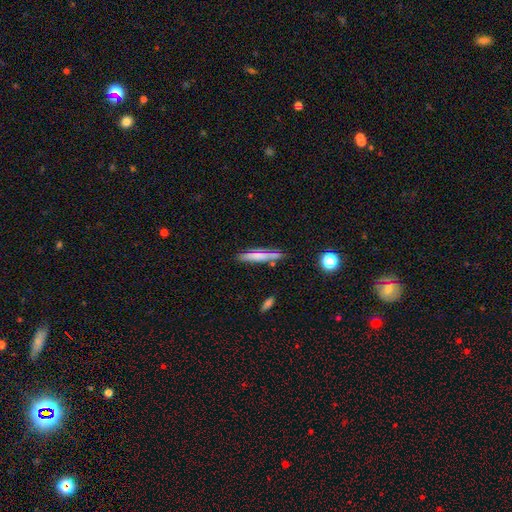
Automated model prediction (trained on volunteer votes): Morphology: type=smooth (56%); roundness=cigar-shaped (93%); merging=none (82%).